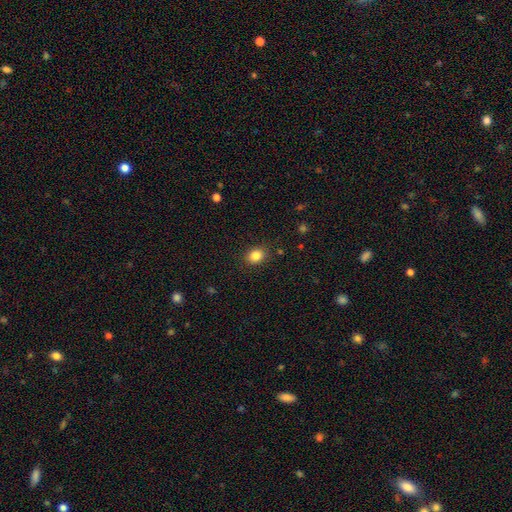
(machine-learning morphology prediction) Smooth or featured? Predicted: smooth (p=0.85). How rounded? Predicted: in between (p=0.50, tied with round). Merging? Predicted: none (p=0.87).